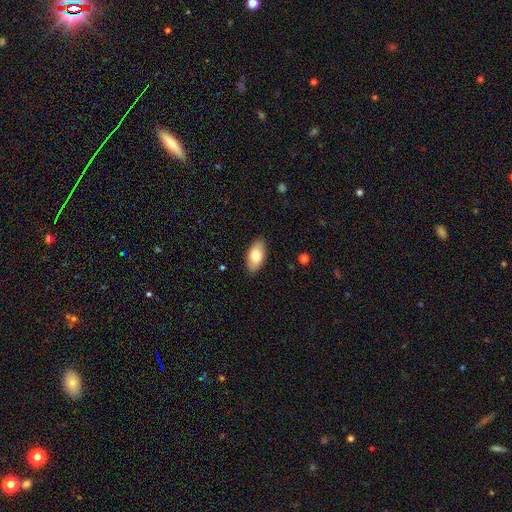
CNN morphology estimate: This is likely a smooth galaxy (78%). How rounded: clearly in between (93%). Merging: clearly none (88%).